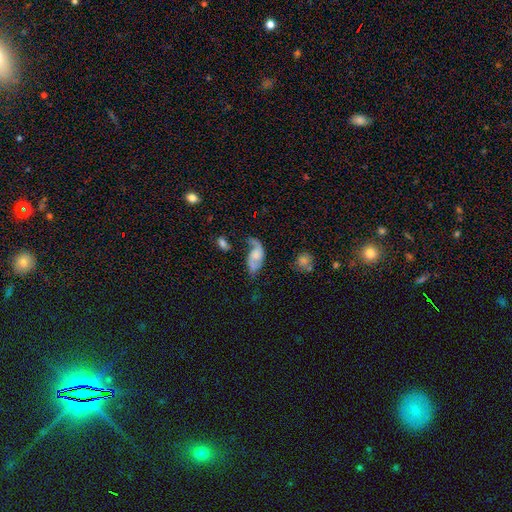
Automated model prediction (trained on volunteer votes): This is likely a featured or disk galaxy (72%). It is clearly not viewed edge-on (96%). Bar: likely no (62%). Spiral arm pattern: clearly yes (91%). Spiral arm count: clearly 2 (80%). Spiral winding: possibly loose (56%). Central bulge: marginally none (32%). Merging: marginally none (45%).